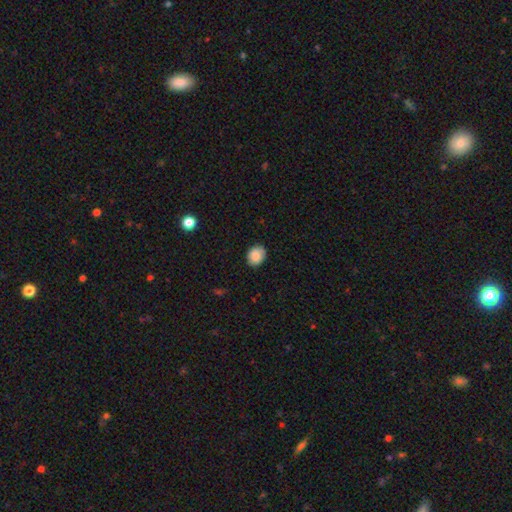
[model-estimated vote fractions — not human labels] This appears to be a smooth galaxy with no disk features (86%) that is round (55%). Merging: none (82%).